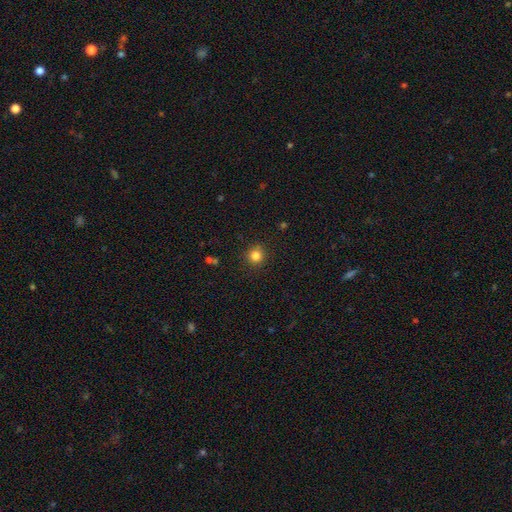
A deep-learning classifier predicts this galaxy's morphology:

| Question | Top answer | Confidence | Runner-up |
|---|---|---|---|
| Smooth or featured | smooth | 83% | star or artifact (12%) |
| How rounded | round | 93% | in between (6%) |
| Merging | none | 90% | minor disturbance (7%) |